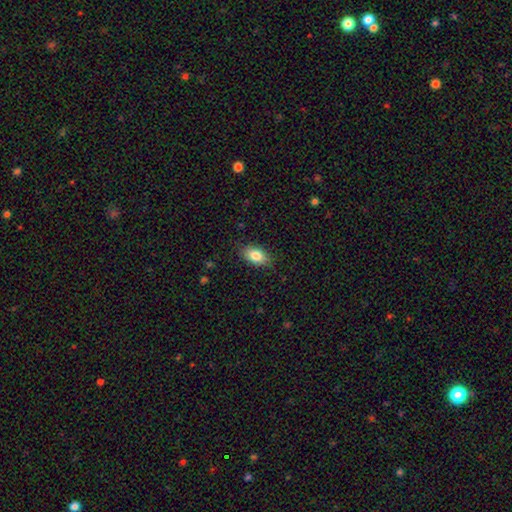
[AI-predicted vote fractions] smooth-or-featured: smooth: 84% | featured or disk: 9% | star or artifact: 8%
  how-rounded: in between: 89% | round: 8% | cigar-shaped: 3%
  merging: none: 84% | minor disturbance: 12% | major disturbance: 3% | merger: 1%